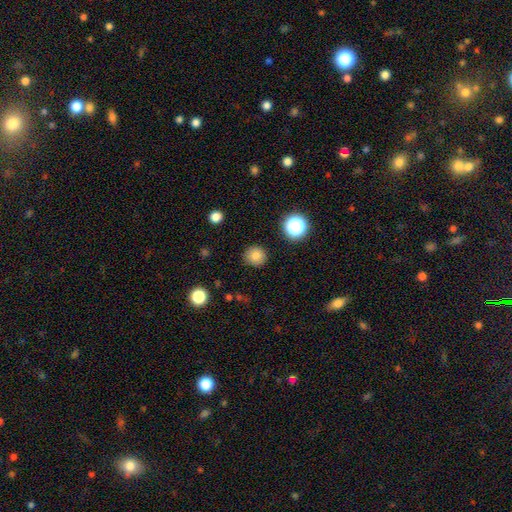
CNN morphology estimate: A smooth galaxy with no disk features (81%) that is round (93%). Merging: none (88%).